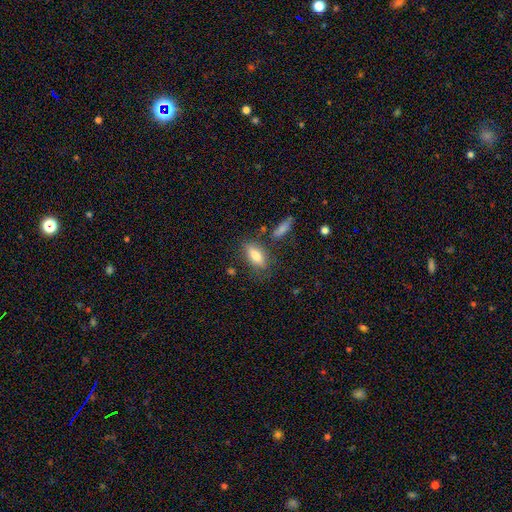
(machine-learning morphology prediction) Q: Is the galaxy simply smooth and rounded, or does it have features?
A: smooth — 76%.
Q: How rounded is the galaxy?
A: in between — 74%.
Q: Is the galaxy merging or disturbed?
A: none — 73%.